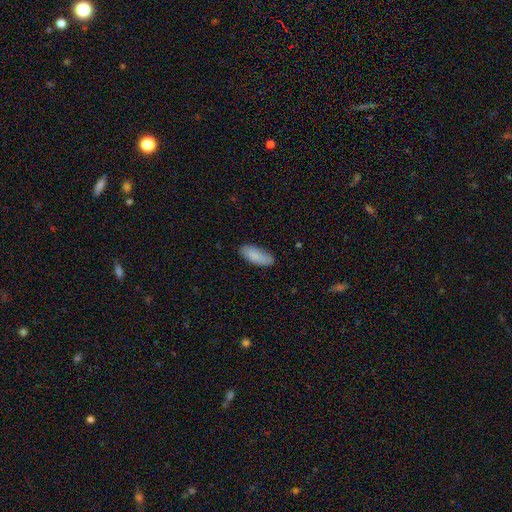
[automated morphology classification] A smooth galaxy with no disk features (88%) that is in between round and cigar-shaped (78%). Merging: none (83%).